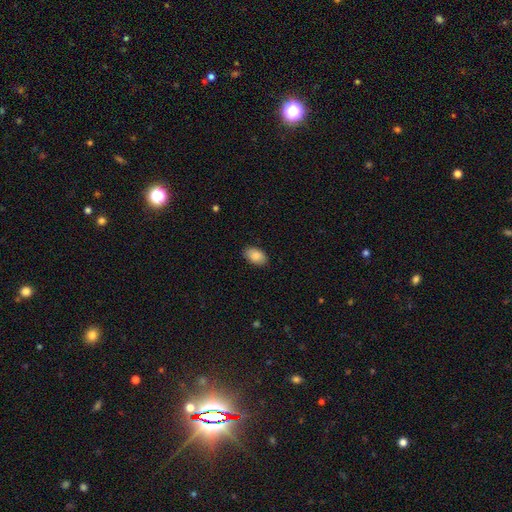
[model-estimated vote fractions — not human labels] Smooth or featured: smooth — 86% (featured or disk — 7%)
How rounded: in between — 92% (round — 6%)
Merging: none — 87% (minor disturbance — 10%)